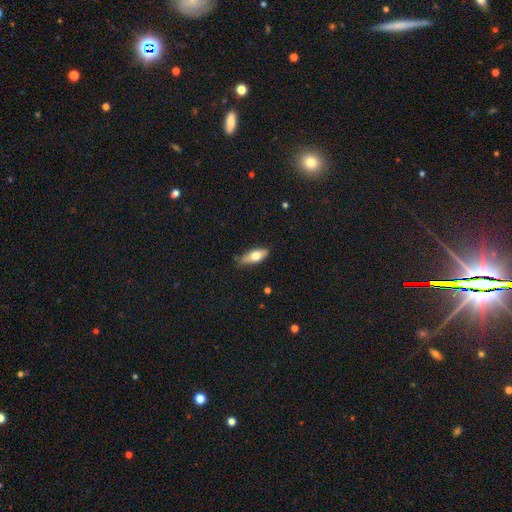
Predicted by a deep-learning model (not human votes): Q: Smooth or featured?
A: smooth (65%); runner-up: featured or disk (29%)
Q: How rounded?
A: in between (69%); runner-up: cigar-shaped (28%)
Q: Merging?
A: none (75%); runner-up: minor disturbance (20%)